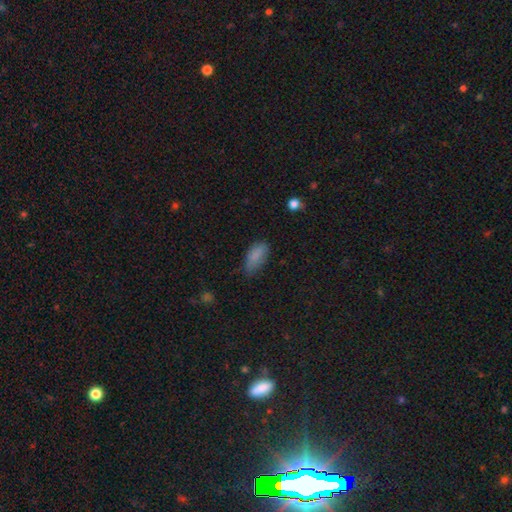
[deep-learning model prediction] Smooth or featured?
  - smooth: 84% *
  - star or artifact: 9%
  - featured or disk: 7%
How rounded?
  - in between: 88% *
  - cigar-shaped: 9%
  - round: 3%
Merging?
  - none: 58% *
  - minor disturbance: 33%
  - major disturbance: 8%
  - merger: 2%